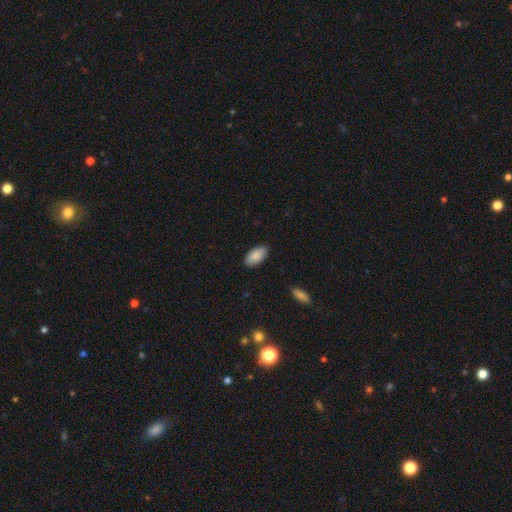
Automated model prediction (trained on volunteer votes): Smooth or featured? smooth (86%)
How rounded? in between (95%)
Merging? none (88%)